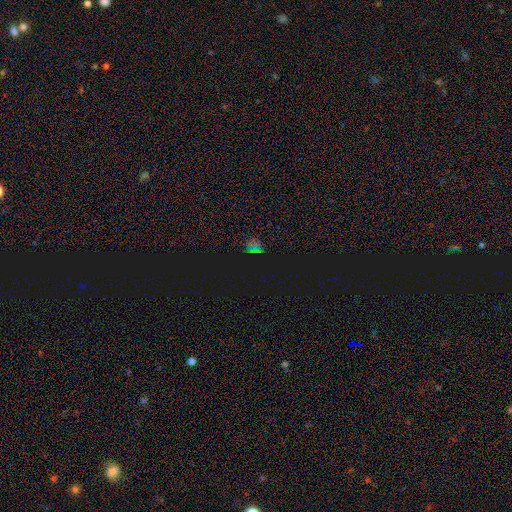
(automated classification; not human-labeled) Smooth or featured?
  - star or artifact: 62% *
  - smooth: 31%
  - featured or disk: 7%